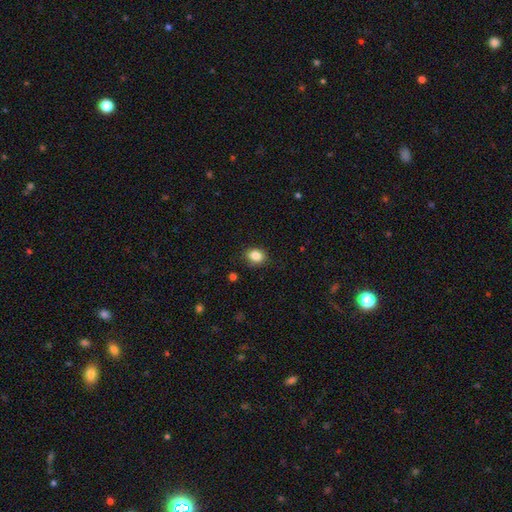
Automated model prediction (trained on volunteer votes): This is clearly a smooth galaxy (86%). How rounded: possibly round (50%). Merging: clearly none (84%).